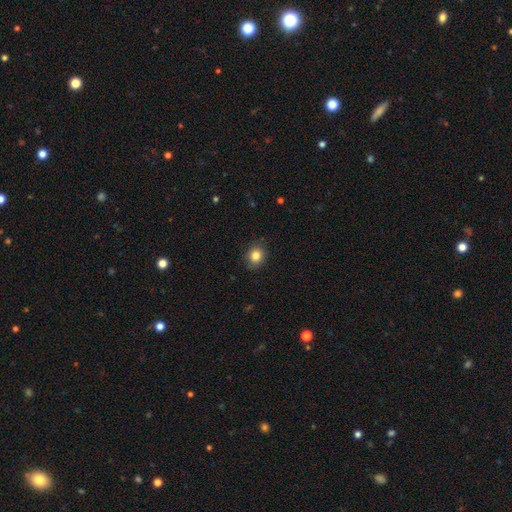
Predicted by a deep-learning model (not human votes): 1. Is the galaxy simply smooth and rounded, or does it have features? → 84% smooth, 10% star or artifact, 6% featured or disk.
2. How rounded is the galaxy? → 68% round, 31% in between, 1% cigar-shaped.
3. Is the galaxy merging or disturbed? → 87% none, 10% minor disturbance, 2% major disturbance, 1% merger.